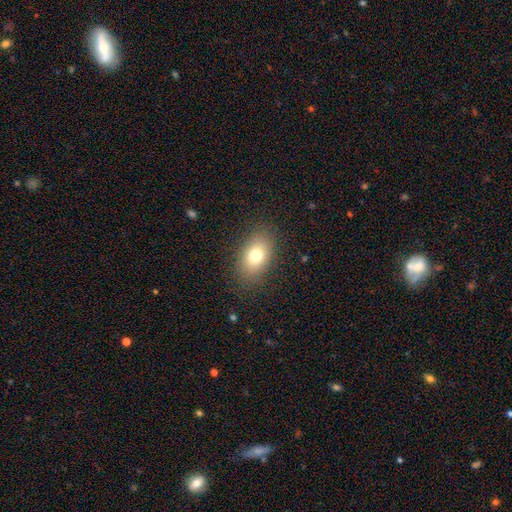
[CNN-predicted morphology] Smooth or featured? Predicted: smooth (p=0.76). How rounded? Predicted: in between (p=0.84). Merging? Predicted: none (p=0.85).